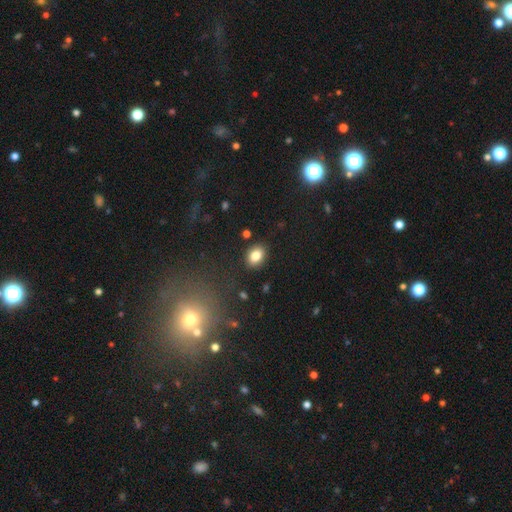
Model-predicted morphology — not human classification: This is clearly a smooth galaxy (84%). How rounded: likely in between (67%). Merging: clearly none (87%).